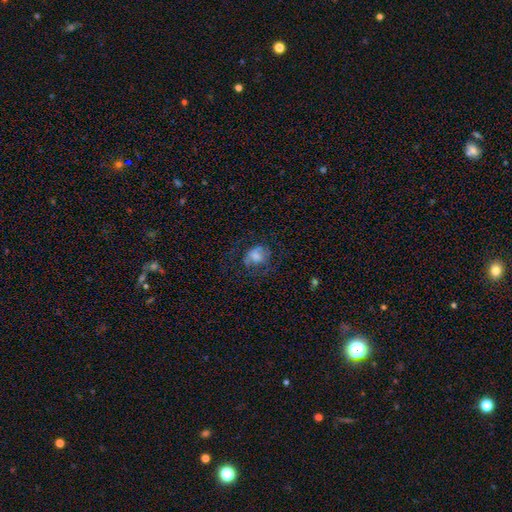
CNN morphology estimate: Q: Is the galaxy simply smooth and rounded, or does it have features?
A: smooth — 56%.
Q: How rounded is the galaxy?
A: round — 54%.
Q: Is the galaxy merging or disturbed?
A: none — 48%.